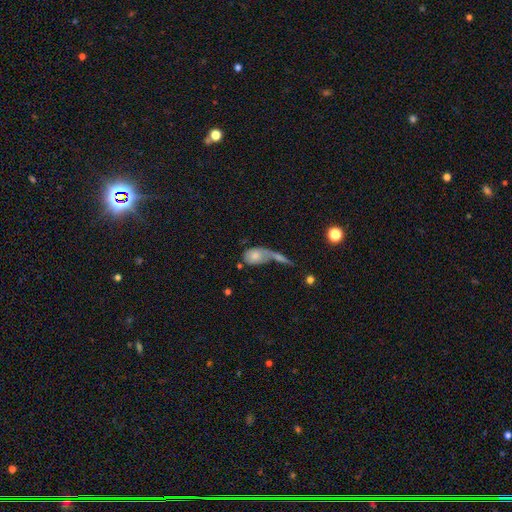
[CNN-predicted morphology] A smooth galaxy with no disk features (69%) that is in between round and cigar-shaped (75%). Merging: merger (49%).